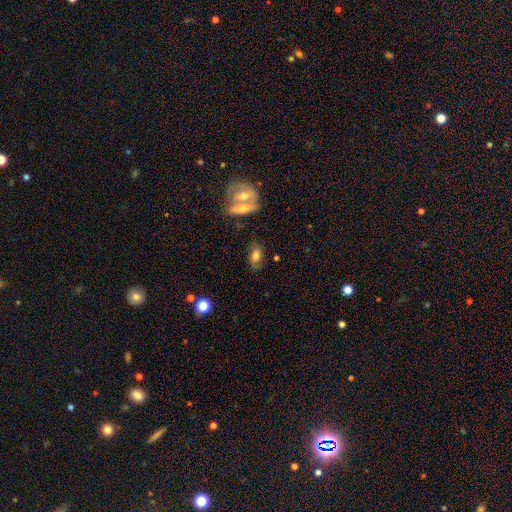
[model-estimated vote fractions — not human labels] A smooth galaxy with no disk features (72%) that is in between round and cigar-shaped (83%). Merging: none (68%).